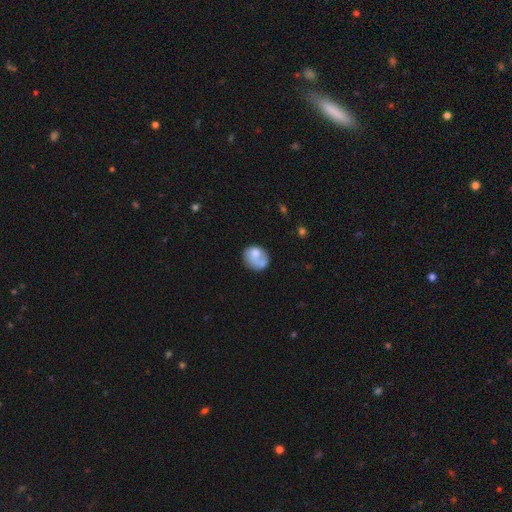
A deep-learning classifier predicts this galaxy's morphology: Smooth or featured: smooth — 65% (featured or disk — 28%)
How rounded: round — 60% (in between — 39%)
Merging: none — 39% (merger — 26%)